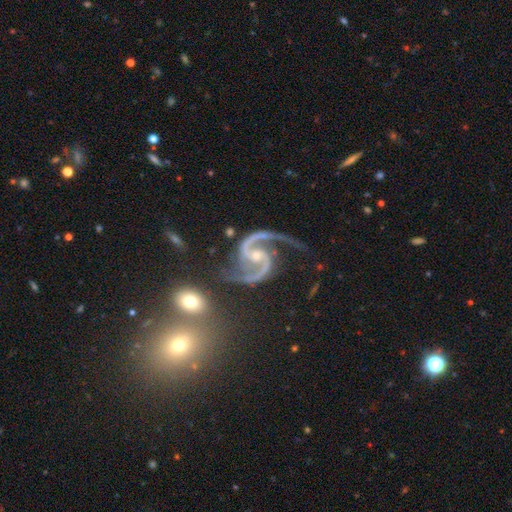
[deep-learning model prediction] Morphology: type=featured or disk (94%); edge-on=no (98%); bar=no (46%); spiral arms=yes (99%); winding=medium (62%); arm count=2 (93%); bulge=small (63%); merging=none (63%).